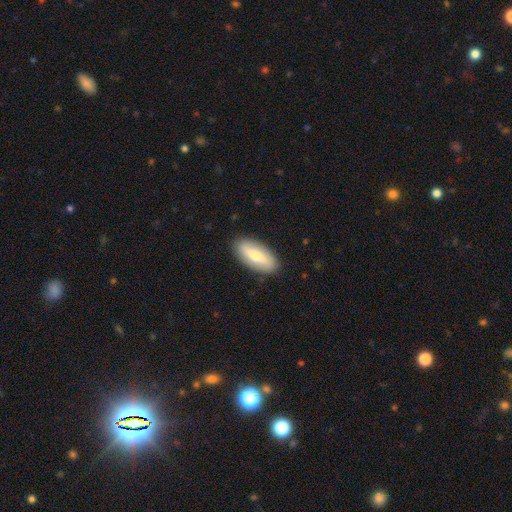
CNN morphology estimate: smooth_or_featured: smooth (p=0.64) [alt: featured or disk p=0.31]
how_rounded: in between (p=0.85) [alt: cigar-shaped p=0.12]
merging: none (p=0.88) [alt: minor disturbance p=0.09]